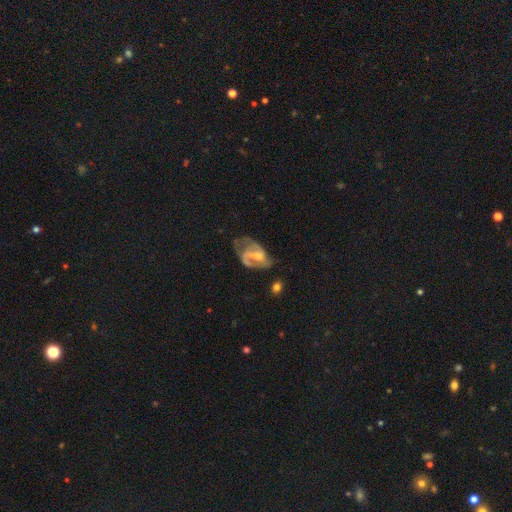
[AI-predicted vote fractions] This is likely a featured or disk galaxy (72%). It is clearly not viewed edge-on (97%). Bar: possibly weak (45%). Spiral arm pattern: likely yes (75%). Spiral arm count: possibly 2 (59%). Spiral winding: marginally medium (45%). Central bulge: marginally small (37%). Merging: marginally major disturbance (41%).